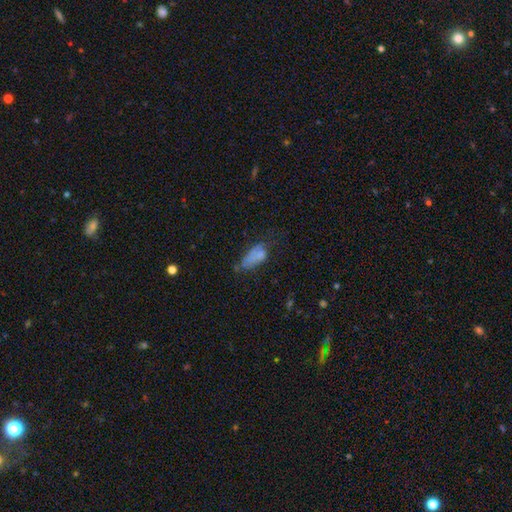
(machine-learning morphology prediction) smooth_or_featured: smooth (p=0.67) [alt: featured or disk p=0.21]
how_rounded: in between (p=0.85) [alt: cigar-shaped p=0.12]
merging: none (p=0.31) [tied with: minor disturbance p=0.31]